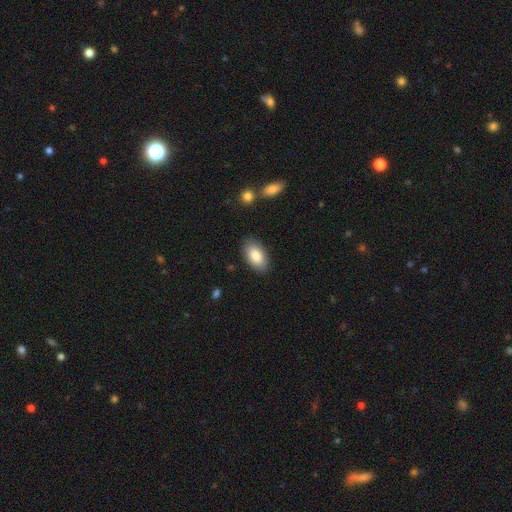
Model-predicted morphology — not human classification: Smooth or featured? smooth (85%)
How rounded? in between (94%)
Merging? none (86%)